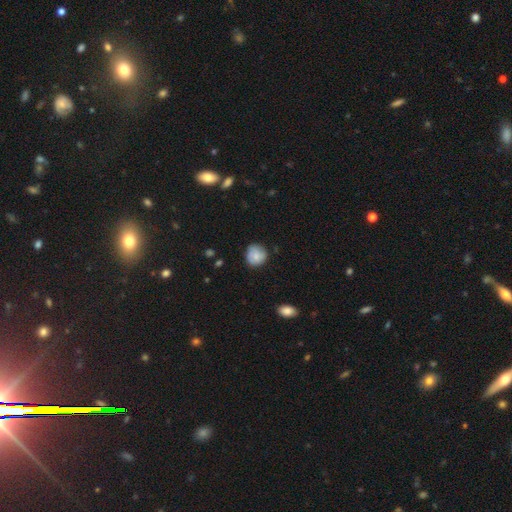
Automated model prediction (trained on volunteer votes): Smooth or featured? Predicted: smooth (p=0.79). How rounded? Predicted: round (p=0.84). Merging? Predicted: none (p=0.71).